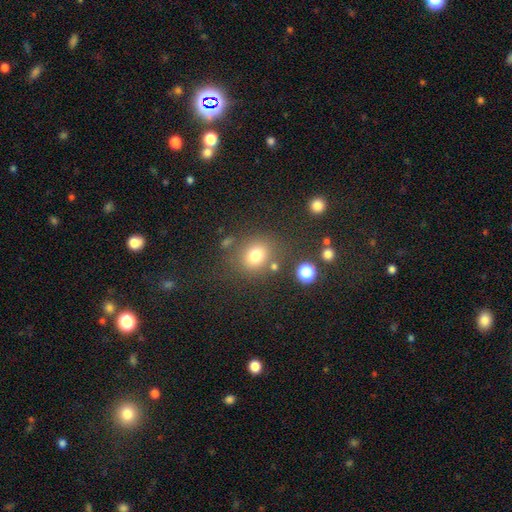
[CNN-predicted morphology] A smooth galaxy with no disk features (76%) that is round (72%). Merging: none (74%).